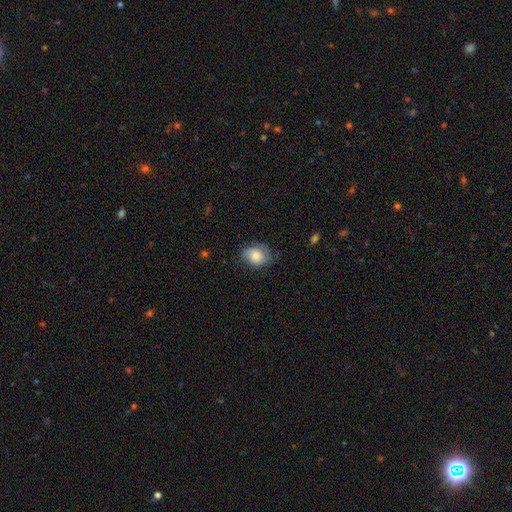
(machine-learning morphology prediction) Q: Smooth or featured?
A: smooth (75%); runner-up: featured or disk (16%)
Q: How rounded?
A: in between (53%); runner-up: round (45%)
Q: Merging?
A: none (58%); runner-up: minor disturbance (31%)